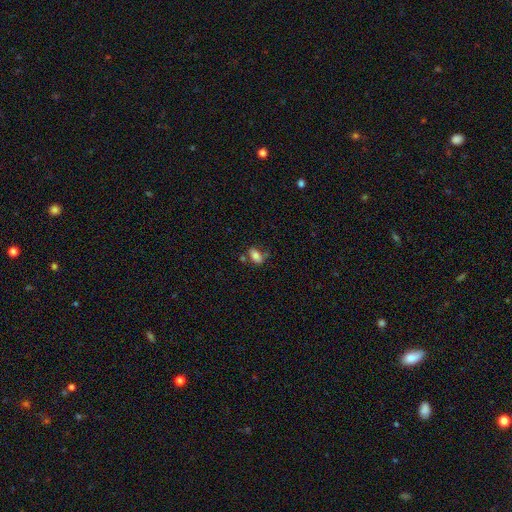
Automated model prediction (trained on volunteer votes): smooth 79%, featured or disk 11%, star or artifact 10%. Down the decision tree: how rounded — in between (88%); merging — none (57%).